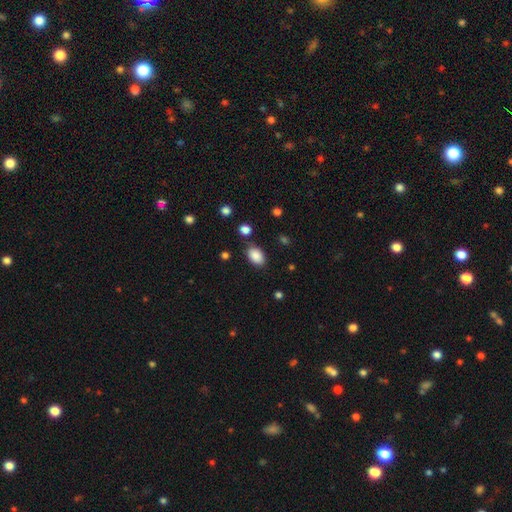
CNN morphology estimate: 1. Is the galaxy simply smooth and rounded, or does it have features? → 88% smooth, 8% star or artifact, 4% featured or disk.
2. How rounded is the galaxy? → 87% in between, 11% round, 1% cigar-shaped.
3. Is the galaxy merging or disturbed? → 81% none, 12% minor disturbance, 4% major disturbance, 3% merger.